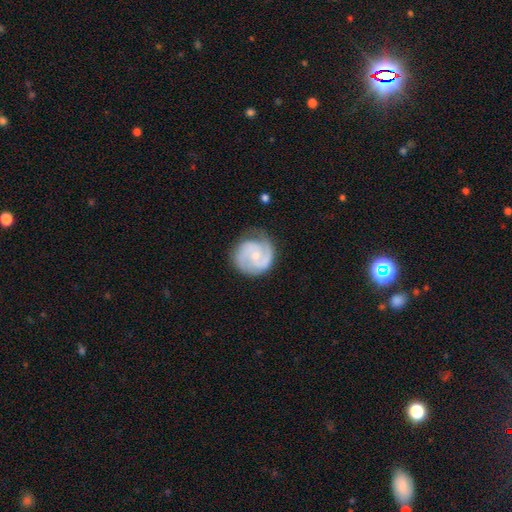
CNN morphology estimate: Smooth or featured: featured or disk — 83% (smooth — 12%)
Edge-on disk: no — 98% (yes — 2%)
Bar: no — 60% (weak — 33%)
Spiral arms: yes — 96% (no — 4%)
Spiral winding: medium — 48% (tight — 40%)
Spiral arm count: 2 — 79% (3 — 8%)
Bulge size: small — 63% (moderate — 33%)
Merging: none — 73% (minor disturbance — 20%)